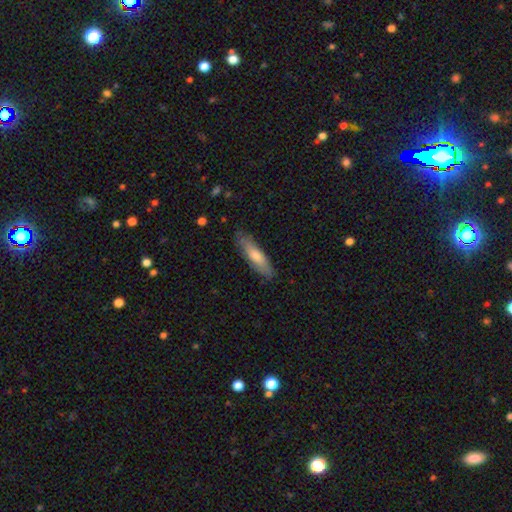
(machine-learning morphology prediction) Q: Smooth or featured?
A: smooth (66%); runner-up: featured or disk (28%)
Q: How rounded?
A: cigar-shaped (73%); runner-up: in between (25%)
Q: Merging?
A: none (84%); runner-up: minor disturbance (12%)